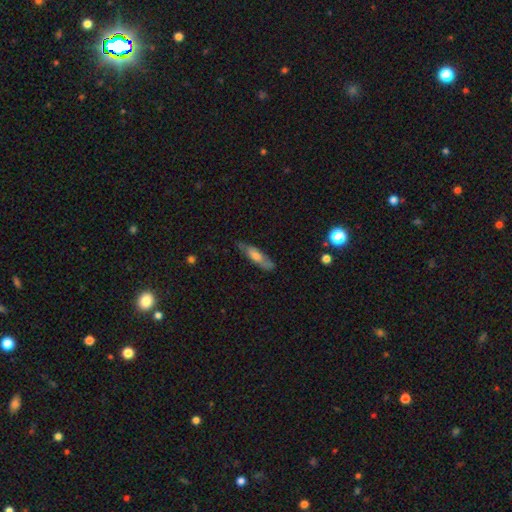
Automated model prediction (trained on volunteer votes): smooth-or-featured: smooth: 52% | featured or disk: 40% | star or artifact: 8%
  how-rounded: cigar-shaped: 66% | in between: 31% | round: 2%
  merging: none: 72% | minor disturbance: 21% | major disturbance: 6% | merger: 2%